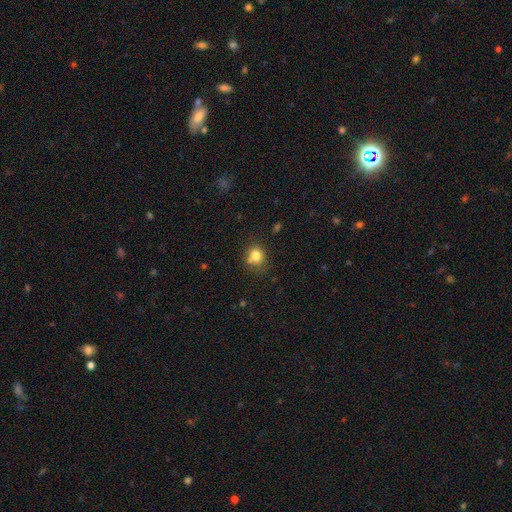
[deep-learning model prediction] This appears to be a smooth galaxy with no disk features (79%) that is round (75%). Merging: none (61%).